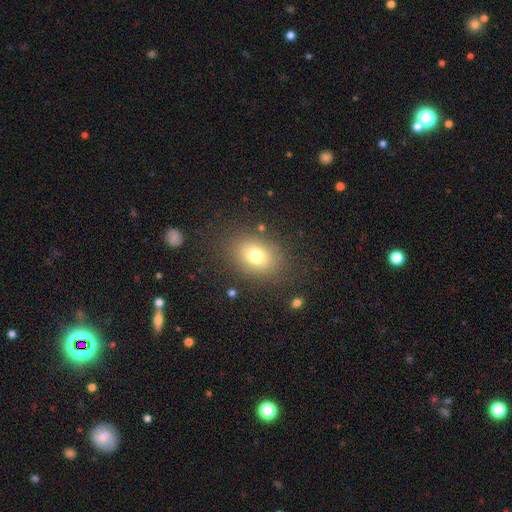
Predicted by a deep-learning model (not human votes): This is likely a smooth galaxy (74%). How rounded: likely in between (62%). Merging: clearly none (82%).